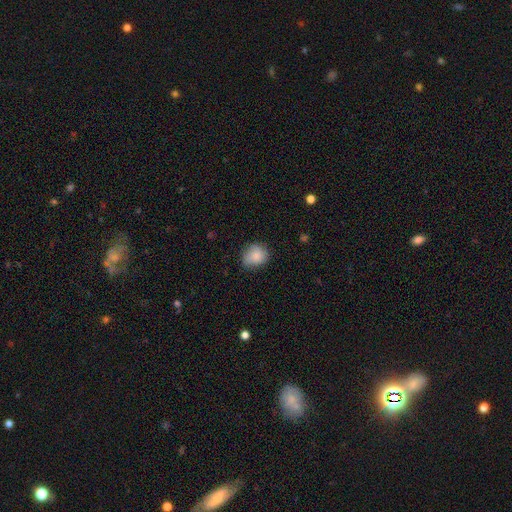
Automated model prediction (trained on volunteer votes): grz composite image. It shows a smooth galaxy with no disk features (84%) that is round (70%). Merging: none (67%).